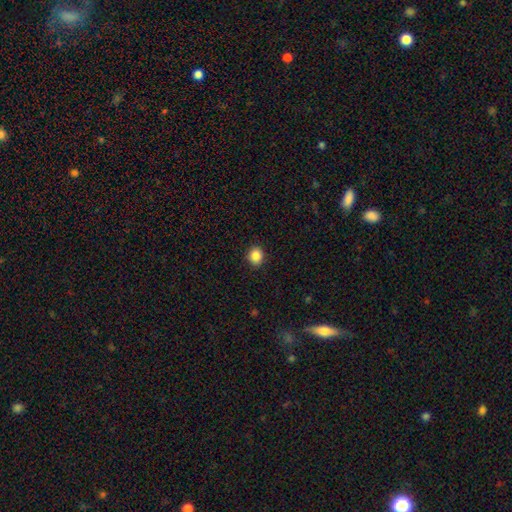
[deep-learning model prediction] smooth 86%, star or artifact 10%, featured or disk 4%. Down the decision tree: how rounded — round (75%); merging — none (90%).